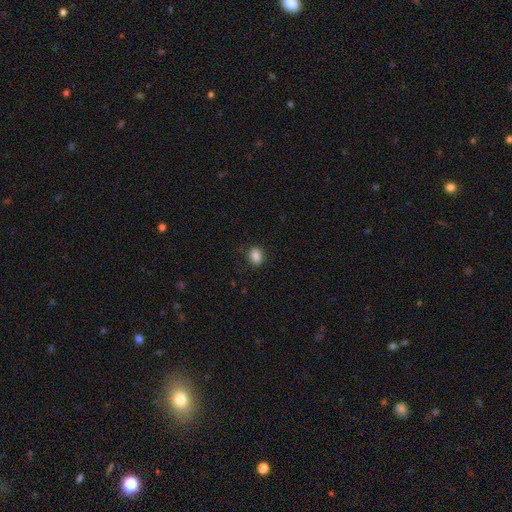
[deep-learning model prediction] Smooth or featured? Predicted: smooth (p=0.87). How rounded? Predicted: in between (p=0.63). Merging? Predicted: none (p=0.85).